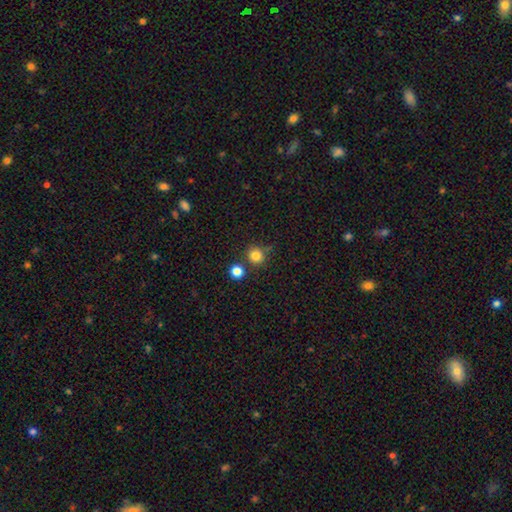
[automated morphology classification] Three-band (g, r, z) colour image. It shows a smooth galaxy with no disk features (81%) that is round (92%). Merging: none (75%).